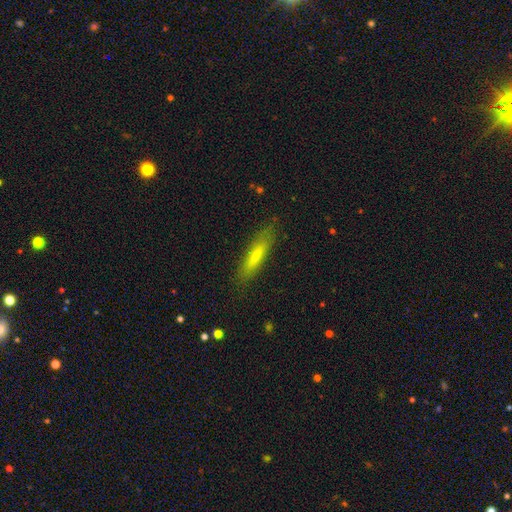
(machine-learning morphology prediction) Smooth or featured? smooth (65%)
How rounded? cigar-shaped (84%)
Merging? none (84%)